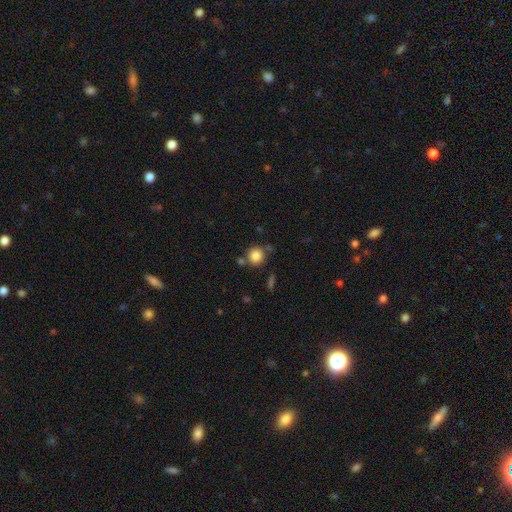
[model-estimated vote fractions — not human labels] Morphology: type=smooth (84%); roundness=round (90%); merging=none (75%).